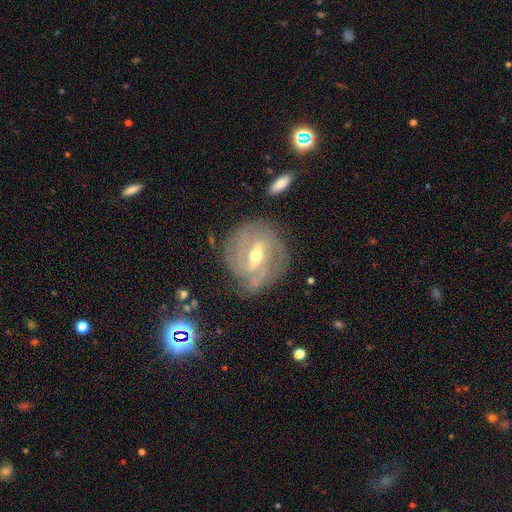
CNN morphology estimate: This is clearly a featured or disk galaxy (85%). It is clearly not viewed edge-on (95%). Bar: marginally weak (45%). Spiral arm pattern: clearly yes (95%). Spiral arm count: marginally 3 (28%). Spiral winding: likely tight (61%). Central bulge: possibly moderate (59%). Merging: likely none (72%).